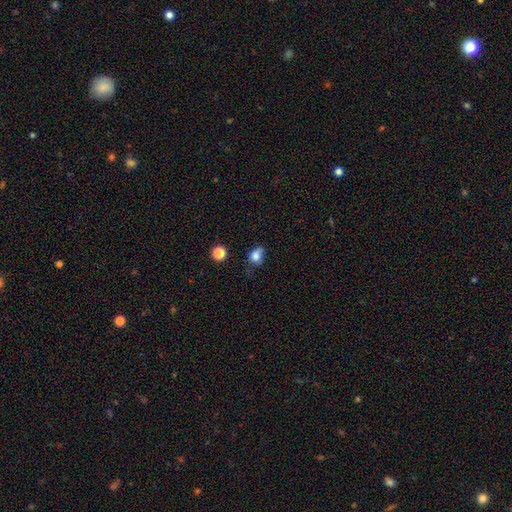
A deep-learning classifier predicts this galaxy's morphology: The model was most divided on "how rounded": in between: 53%, round: 46%, cigar-shaped: 1%. Remaining: smooth or featured — smooth (81%); merging — none (46%).